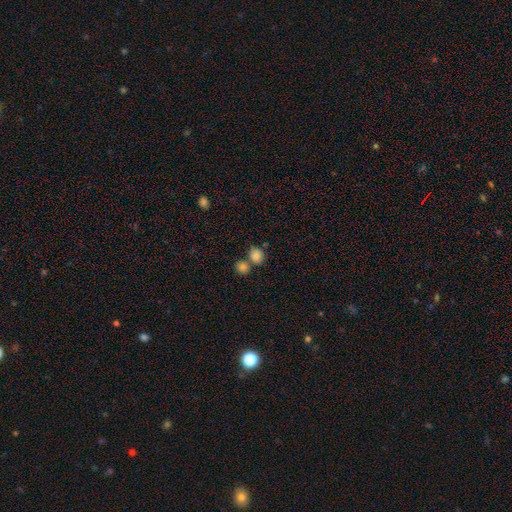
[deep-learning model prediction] Smooth or featured? smooth (83%)
How rounded? round (67%)
Merging? none (49%)